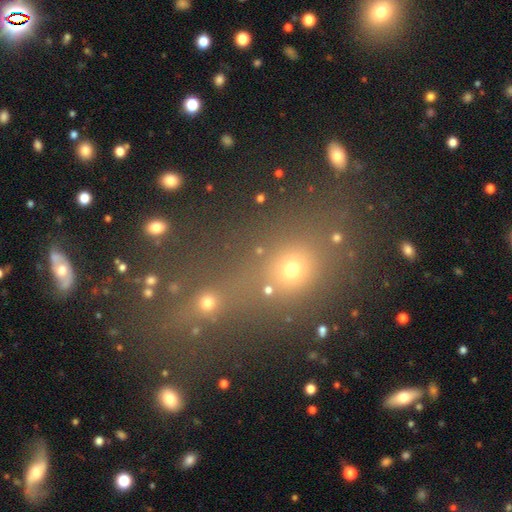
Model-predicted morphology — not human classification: This appears to be a smooth galaxy with no disk features (45%). Merging: none (49%).